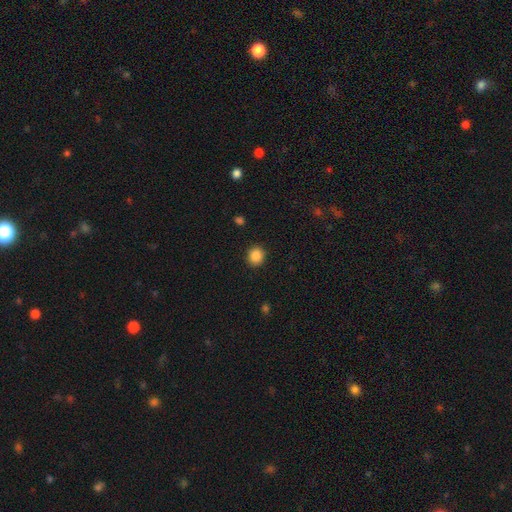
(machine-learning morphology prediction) smooth 87%, star or artifact 10%, featured or disk 3%. Down the decision tree: how rounded — round (82%); merging — none (91%).